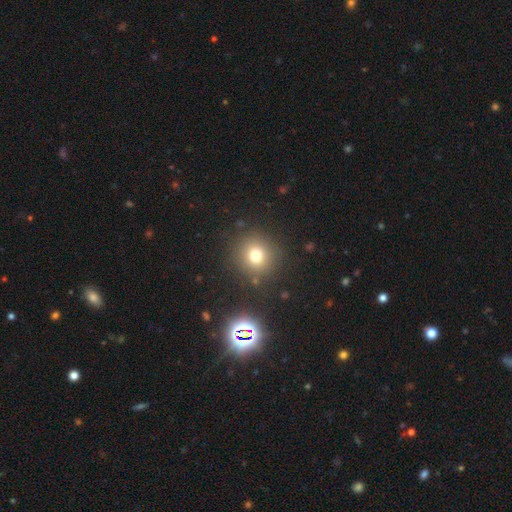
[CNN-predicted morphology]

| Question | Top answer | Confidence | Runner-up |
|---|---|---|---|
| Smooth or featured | smooth | 73% | star or artifact (18%) |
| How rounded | round | 90% | in between (9%) |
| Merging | none | 86% | minor disturbance (8%) |